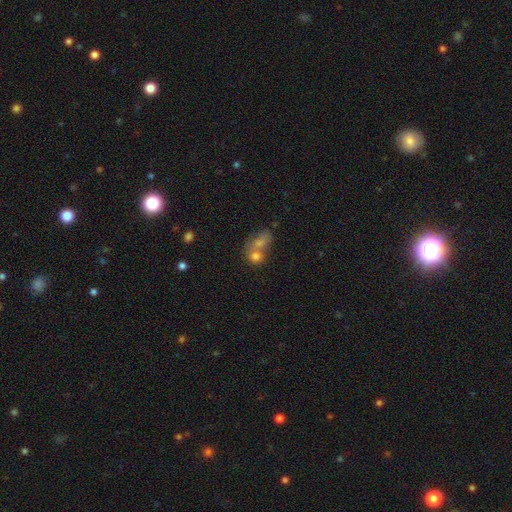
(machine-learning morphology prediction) This is likely a smooth galaxy (72%). How rounded: possibly round (54%). Merging: likely merger (64%).